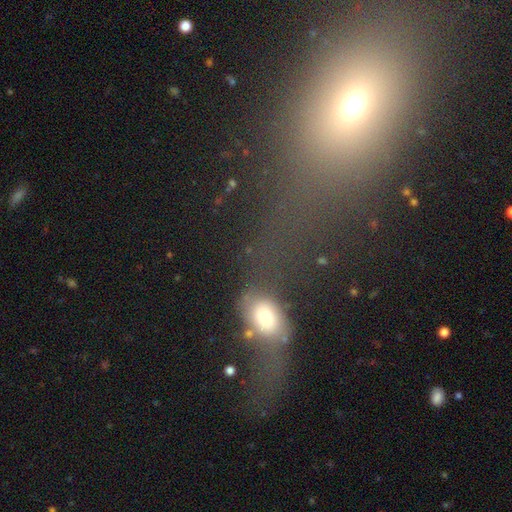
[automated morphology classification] type=featured or disk (38%, tied with smooth); merging=merger (40%).